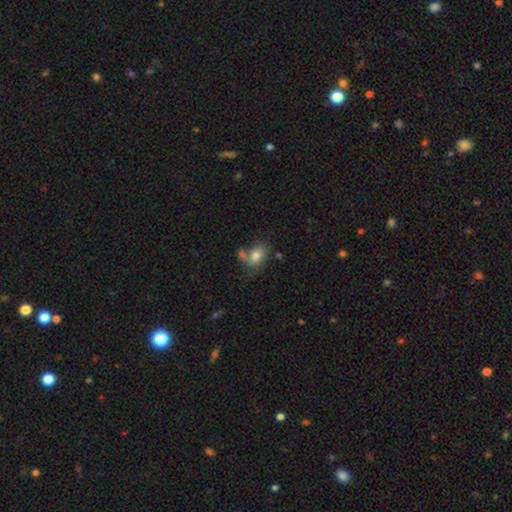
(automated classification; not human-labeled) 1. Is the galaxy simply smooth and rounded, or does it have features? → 75% smooth, 16% featured or disk, 9% star or artifact.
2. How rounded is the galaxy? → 73% in between, 25% round, 1% cigar-shaped.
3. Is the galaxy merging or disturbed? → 37% none, 29% merger, 19% minor disturbance, 14% major disturbance.